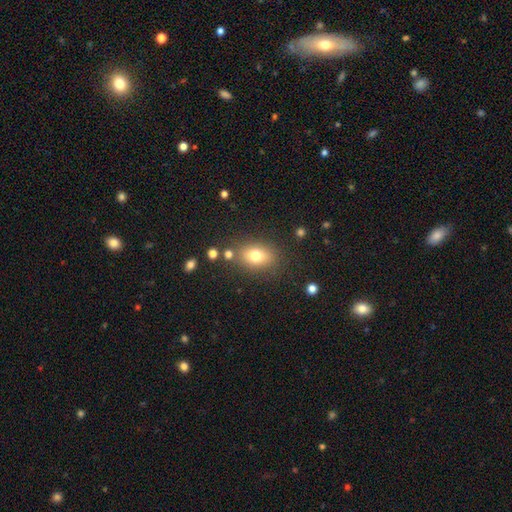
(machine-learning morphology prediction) smooth_or_featured: smooth (p=0.76) [alt: featured or disk p=0.12]
how_rounded: in between (p=0.72) [alt: round p=0.26]
merging: none (p=0.78) [alt: minor disturbance p=0.12]